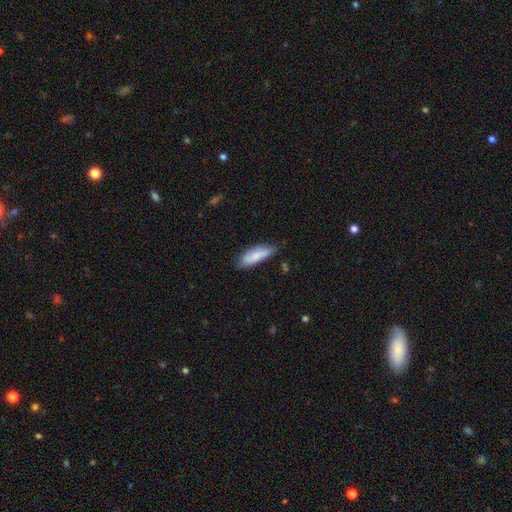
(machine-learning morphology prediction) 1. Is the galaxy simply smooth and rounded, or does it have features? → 75% smooth, 19% featured or disk, 6% star or artifact.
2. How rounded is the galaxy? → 60% in between, 39% cigar-shaped, 2% round.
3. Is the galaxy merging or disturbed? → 67% none, 25% minor disturbance, 5% major disturbance, 4% merger.